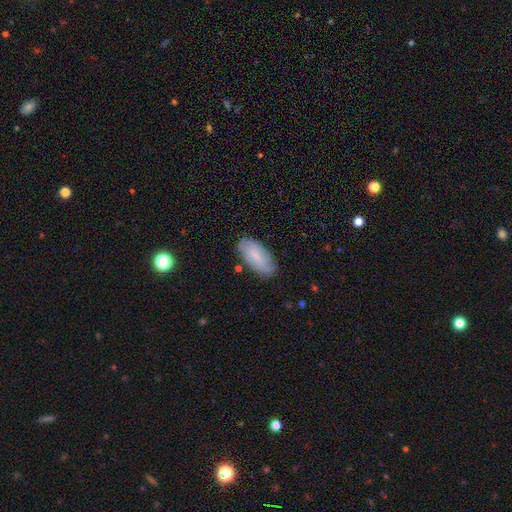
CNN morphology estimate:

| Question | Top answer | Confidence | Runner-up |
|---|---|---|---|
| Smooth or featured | smooth | 58% | featured or disk (35%) |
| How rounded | in between | 92% | cigar-shaped (6%) |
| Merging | none | 79% | minor disturbance (16%) |